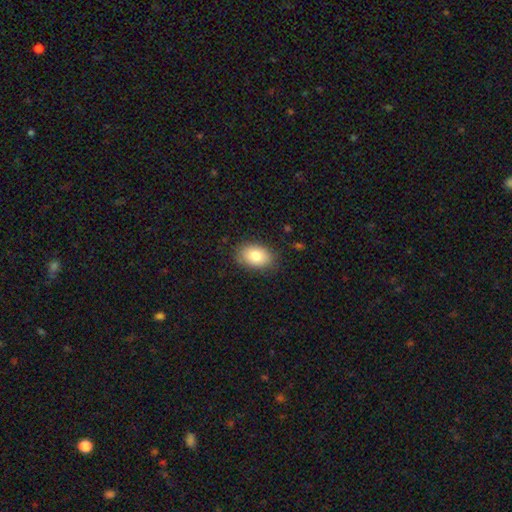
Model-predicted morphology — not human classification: Smooth or featured? Predicted: smooth (p=0.81). How rounded? Predicted: in between (p=0.83). Merging? Predicted: none (p=0.84).